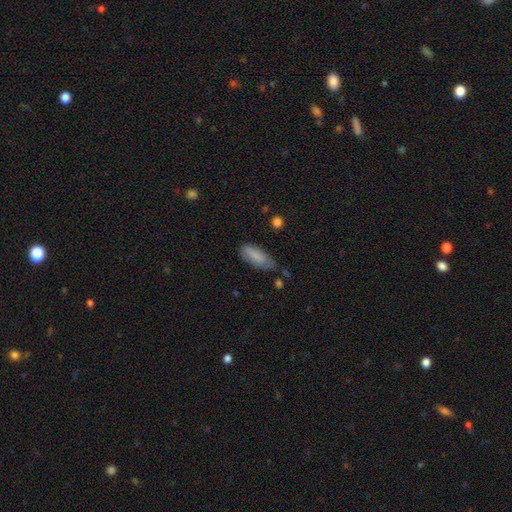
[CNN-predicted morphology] A smooth galaxy with no disk features (83%) that is in between round and cigar-shaped (73%). Merging: none (64%).